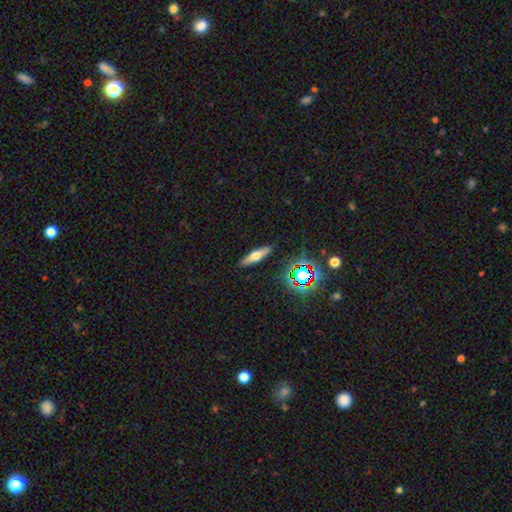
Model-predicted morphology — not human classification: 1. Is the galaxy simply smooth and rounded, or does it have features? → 48% smooth, 40% featured or disk, 12% star or artifact.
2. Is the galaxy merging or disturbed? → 88% none, 8% minor disturbance, 2% major disturbance, 1% merger.